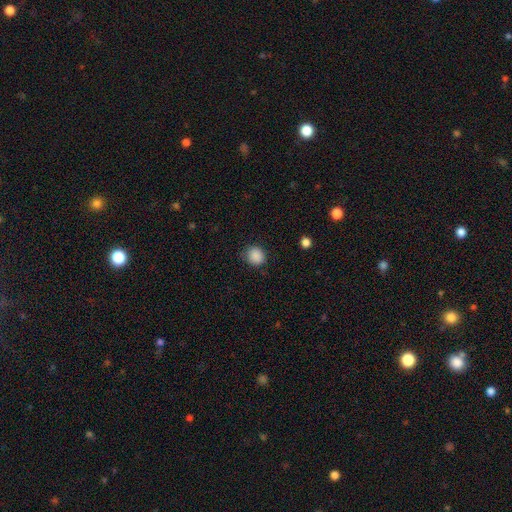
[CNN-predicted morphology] Q: Smooth or featured?
A: smooth (88%); runner-up: star or artifact (9%)
Q: How rounded?
A: round (76%); runner-up: in between (23%)
Q: Merging?
A: none (80%); runner-up: minor disturbance (15%)